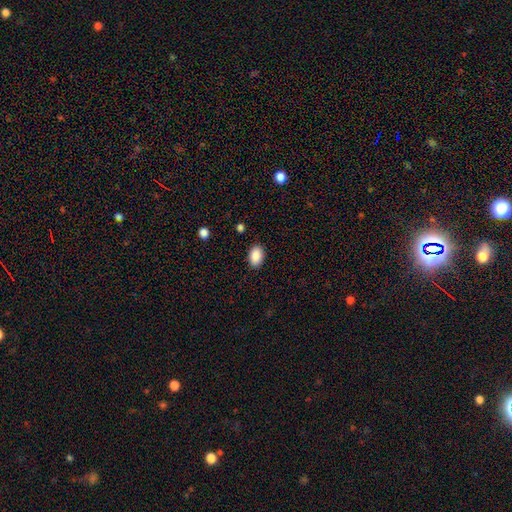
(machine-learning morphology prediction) The model was most divided on "how rounded": in between: 88%, round: 11%, cigar-shaped: 1%. More confident: smooth or featured — smooth (89%); merging — none (88%).